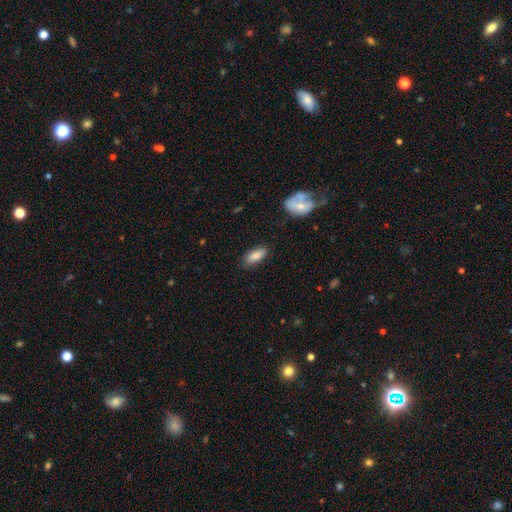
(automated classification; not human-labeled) Smooth or featured: smooth — 85% (featured or disk — 9%)
How rounded: in between — 82% (cigar-shaped — 16%)
Merging: none — 81% (minor disturbance — 15%)